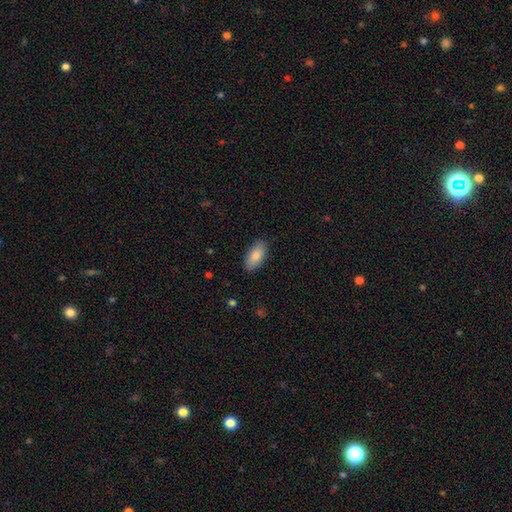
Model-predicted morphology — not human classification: Smooth or featured? Predicted: smooth (p=0.87). How rounded? Predicted: in between (p=0.91). Merging? Predicted: none (p=0.87).